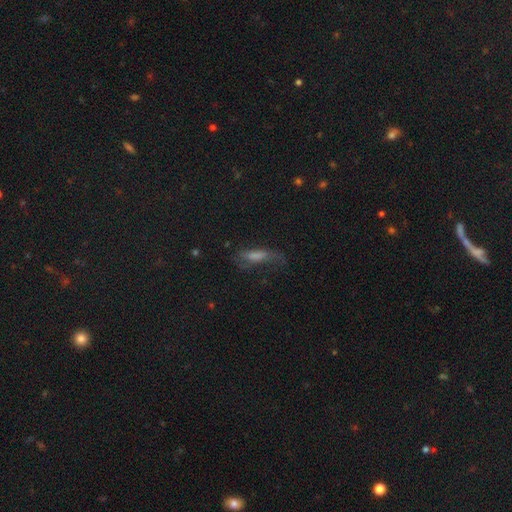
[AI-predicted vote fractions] Q: Smooth or featured?
A: smooth (44%); runner-up: featured or disk (35%)
Q: Merging?
A: none (49%); runner-up: minor disturbance (25%)